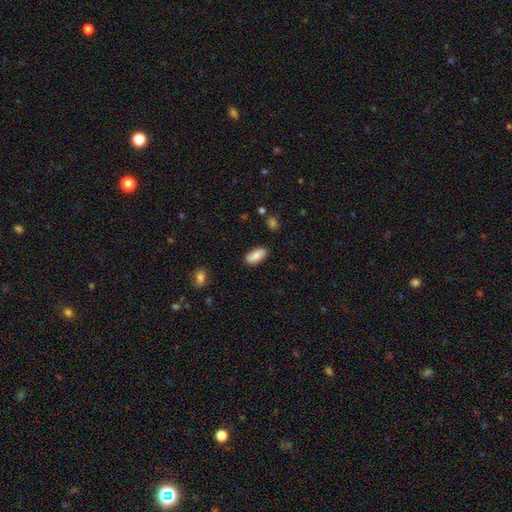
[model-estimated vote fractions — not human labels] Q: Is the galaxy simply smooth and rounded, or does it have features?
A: smooth — 83%.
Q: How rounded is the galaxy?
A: in between — 89%.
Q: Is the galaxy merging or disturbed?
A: none — 85%.